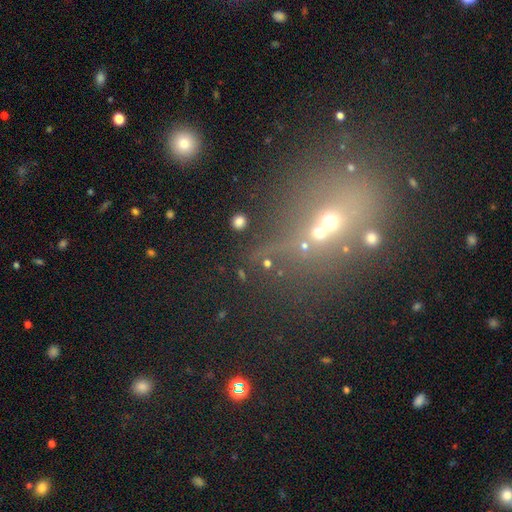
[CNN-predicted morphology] Smooth or featured? Predicted: star or artifact (p=0.48).